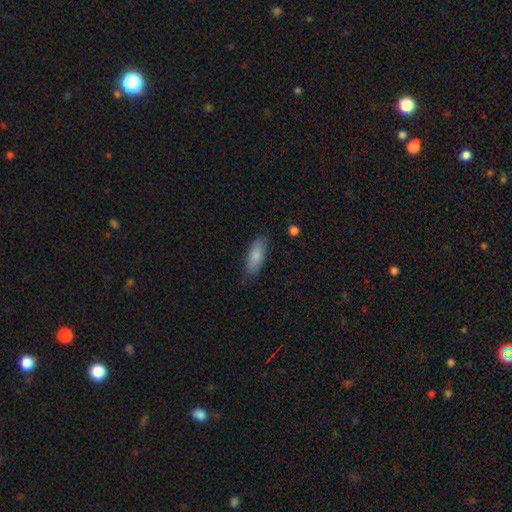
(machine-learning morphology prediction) type=smooth (85%); roundness=in between (68%); merging=none (80%).